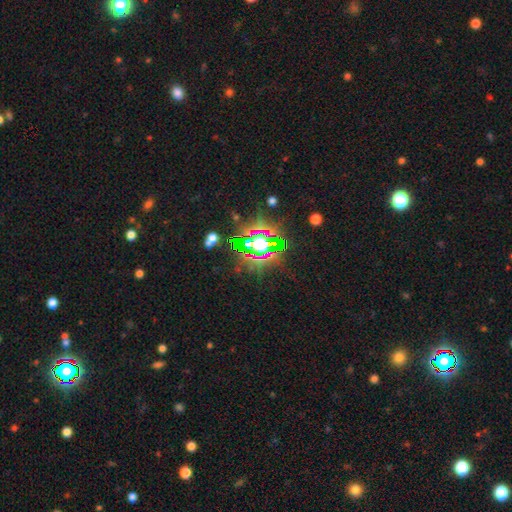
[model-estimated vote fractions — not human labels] smooth-or-featured: star or artifact: 80% | smooth: 11% | featured or disk: 9%